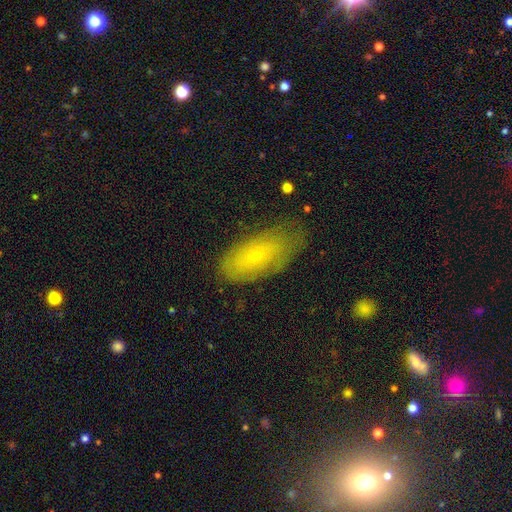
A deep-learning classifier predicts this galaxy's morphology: A smooth galaxy with no disk features (56%) that is in between round and cigar-shaped (87%).

Vote fractions:
- Smooth or featured? smooth: 56% / featured or disk: 35% / star or artifact: 8%
- How rounded? in between: 87% / cigar-shaped: 9% / round: 4%
- Merging? none: 67% / minor disturbance: 24% / major disturbance: 8% / merger: 1%